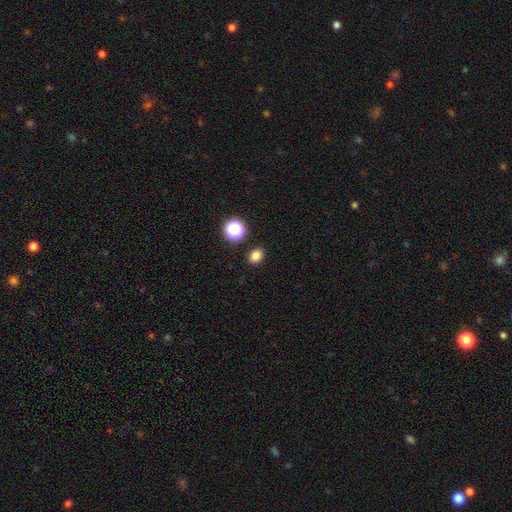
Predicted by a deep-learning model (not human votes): Smooth or featured?
  - smooth: 81% *
  - star or artifact: 15%
  - featured or disk: 4%
How rounded?
  - round: 50% *
  - in between: 49%
  - cigar-shaped: 1%
Merging?
  - none: 88% *
  - minor disturbance: 7%
  - merger: 2%
  - major disturbance: 2%